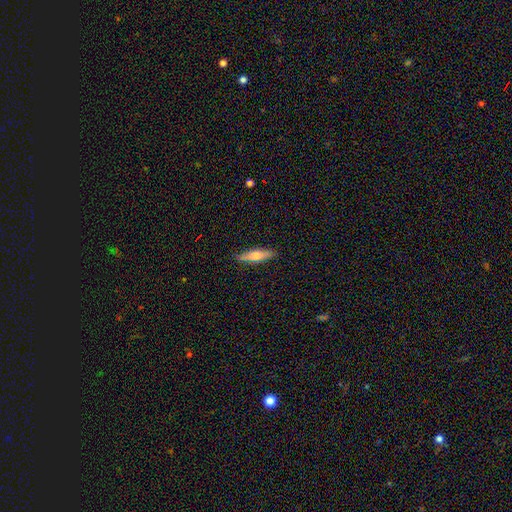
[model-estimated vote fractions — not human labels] This is likely a smooth galaxy (62%). How rounded: likely cigar-shaped (71%). Merging: clearly none (85%).